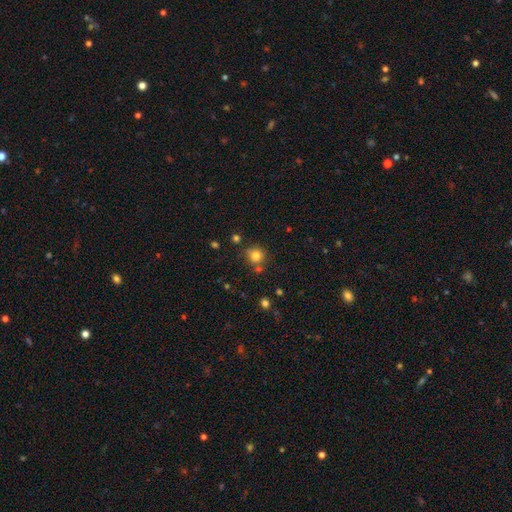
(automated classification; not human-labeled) Morphology: type=smooth (80%); roundness=round (91%); merging=none (76%).